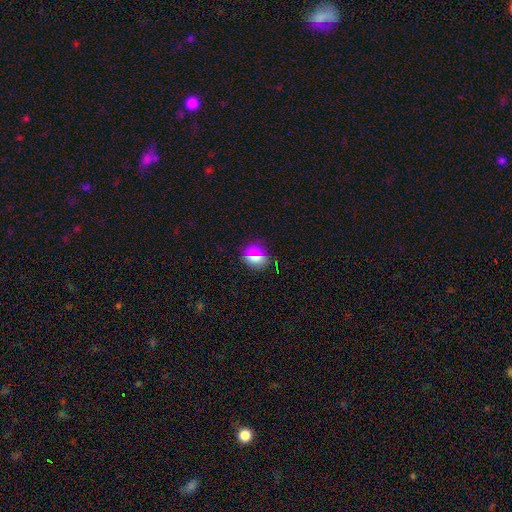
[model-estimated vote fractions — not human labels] Q: Smooth or featured?
A: smooth (70%); runner-up: star or artifact (21%)
Q: How rounded?
A: round (80%); runner-up: in between (17%)
Q: Merging?
A: none (86%); runner-up: minor disturbance (9%)